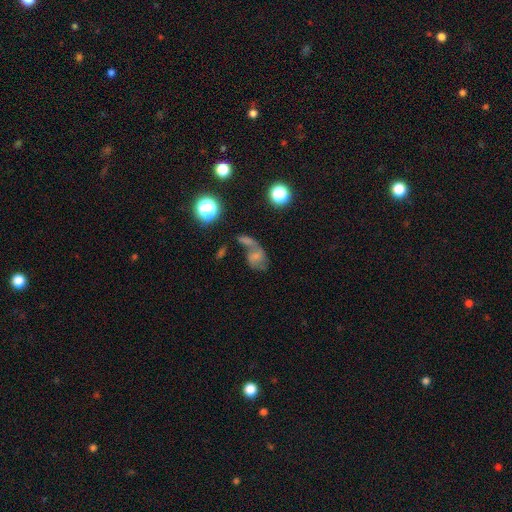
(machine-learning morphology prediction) Smooth or featured?
  - smooth: 45% *
  - featured or disk: 36%
  - star or artifact: 18%
Merging?
  - merger: 48% *
  - none: 24%
  - major disturbance: 16%
  - minor disturbance: 12%